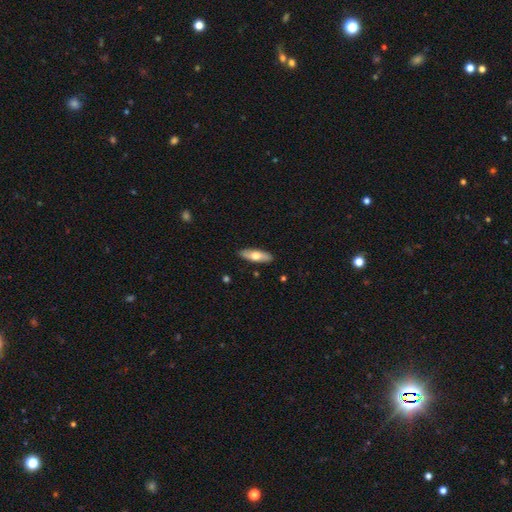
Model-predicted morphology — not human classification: smooth_or_featured: smooth (p=0.63) [alt: featured or disk p=0.31]
how_rounded: in between (p=0.58) [alt: cigar-shaped p=0.40]
merging: none (p=0.89) [alt: minor disturbance p=0.08]